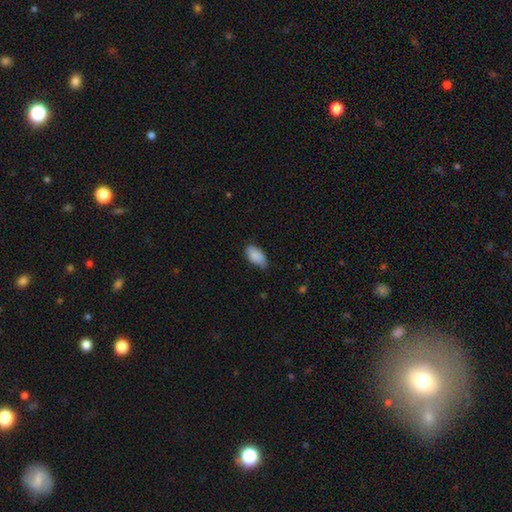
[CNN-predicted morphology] Smooth or featured? smooth (88%)
How rounded? in between (93%)
Merging? none (65%)